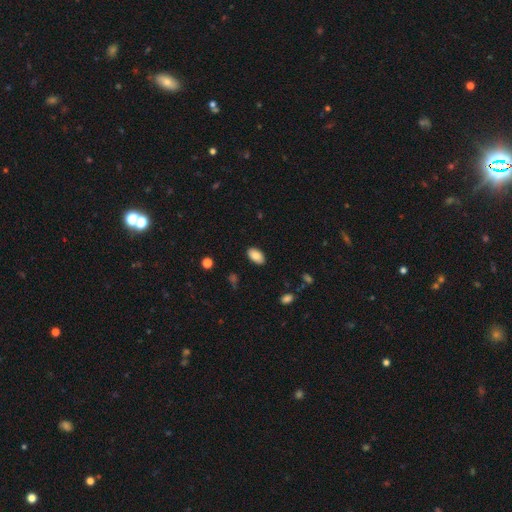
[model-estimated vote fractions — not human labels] Smooth or featured?
  - smooth: 86% *
  - featured or disk: 7%
  - star or artifact: 7%
How rounded?
  - in between: 94% *
  - round: 4%
  - cigar-shaped: 2%
Merging?
  - none: 87% *
  - minor disturbance: 9%
  - major disturbance: 2%
  - merger: 1%